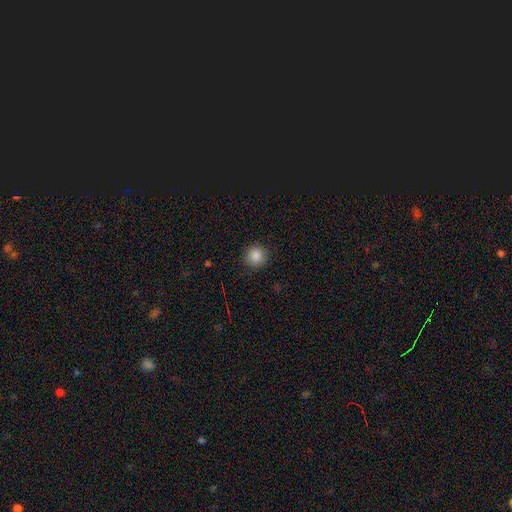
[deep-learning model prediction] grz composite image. It shows a smooth galaxy with no disk features (86%) that is round (94%). Merging: none (91%).